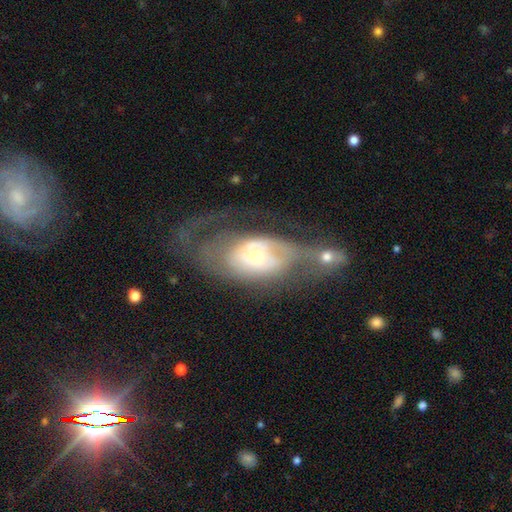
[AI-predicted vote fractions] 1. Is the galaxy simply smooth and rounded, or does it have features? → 71% featured or disk, 23% smooth, 7% star or artifact.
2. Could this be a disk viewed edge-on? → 92% no, 8% yes.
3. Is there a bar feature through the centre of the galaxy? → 72% no, 22% weak, 6% strong.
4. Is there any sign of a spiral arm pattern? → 71% yes, 29% no.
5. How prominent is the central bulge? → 52% moderate, 37% small, 7% large, 2% none, 1% dominant.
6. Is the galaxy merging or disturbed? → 40% merger, 29% major disturbance, 19% none, 12% minor disturbance.